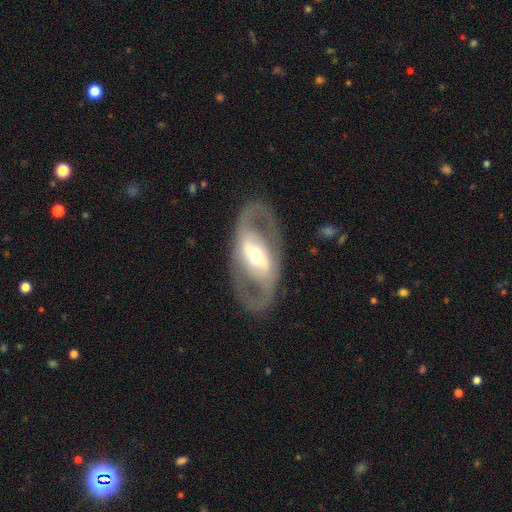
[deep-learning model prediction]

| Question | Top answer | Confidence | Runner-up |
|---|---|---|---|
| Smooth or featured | featured or disk | 78% | smooth (17%) |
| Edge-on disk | no | 90% | yes (10%) |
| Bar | strong | 47% | weak (29%) |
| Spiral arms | yes | 52% | no (48%) |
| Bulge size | moderate | 55% | small (27%) |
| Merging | none | 79% | minor disturbance (10%) |